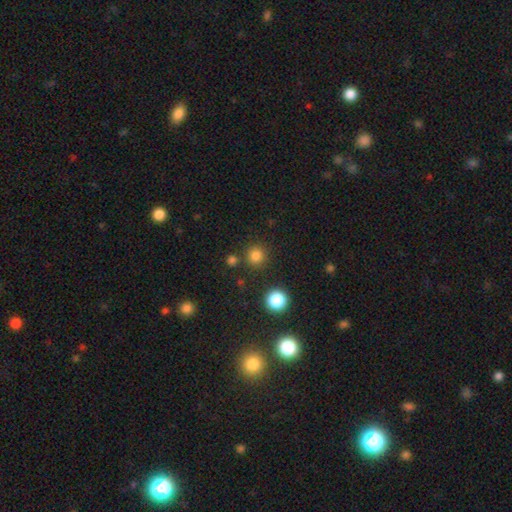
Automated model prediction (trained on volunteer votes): This is clearly a smooth galaxy (81%). How rounded: clearly round (94%). Merging: clearly none (85%).